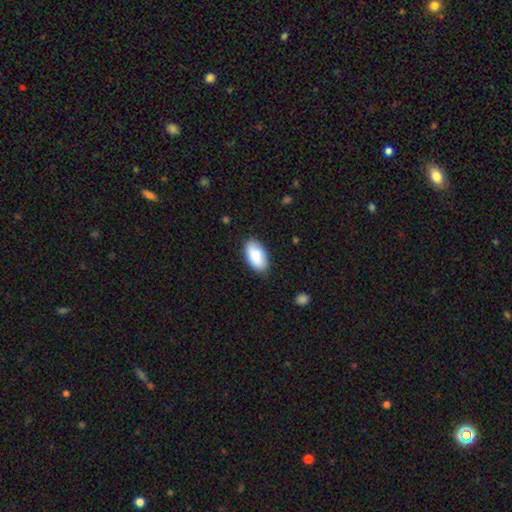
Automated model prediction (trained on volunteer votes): Smooth or featured?
  - smooth: 87% *
  - featured or disk: 7%
  - star or artifact: 6%
How rounded?
  - in between: 95% *
  - round: 3%
  - cigar-shaped: 2%
Merging?
  - none: 84% *
  - minor disturbance: 12%
  - major disturbance: 2%
  - merger: 1%